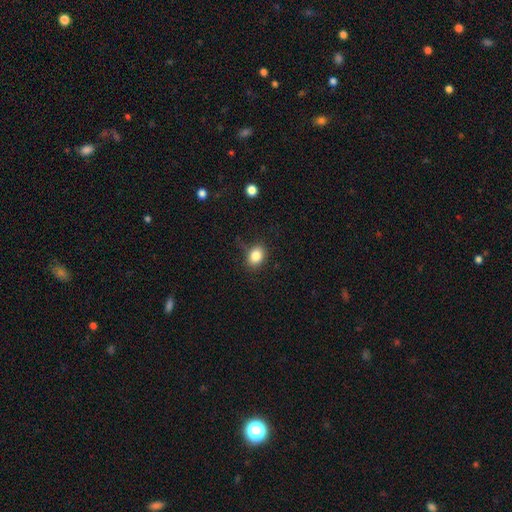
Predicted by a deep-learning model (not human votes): smooth-or-featured: smooth: 84% | star or artifact: 10% | featured or disk: 6%
  how-rounded: in between: 61% | round: 38% | cigar-shaped: 1%
  merging: none: 78% | minor disturbance: 16% | major disturbance: 5% | merger: 2%